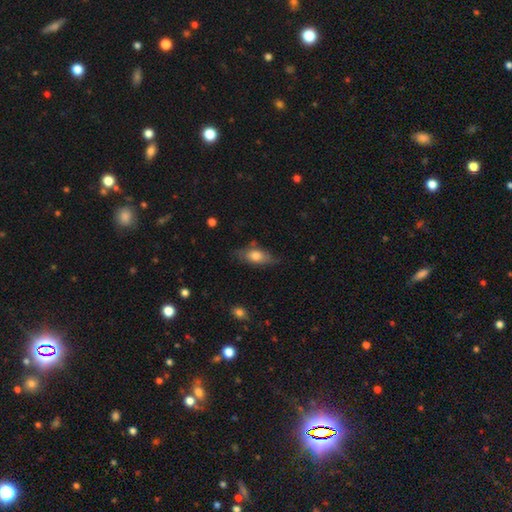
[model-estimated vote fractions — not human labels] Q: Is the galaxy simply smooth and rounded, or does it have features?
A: smooth — 67%.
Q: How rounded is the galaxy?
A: in between — 79%.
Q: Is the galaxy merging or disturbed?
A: none — 66%.